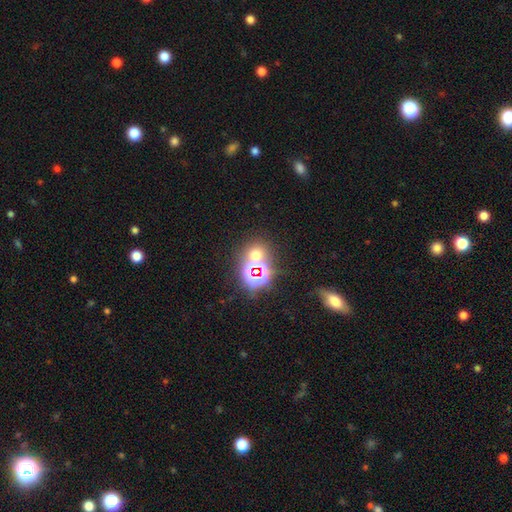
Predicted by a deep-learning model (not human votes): Smooth or featured? Predicted: star or artifact (p=0.47).